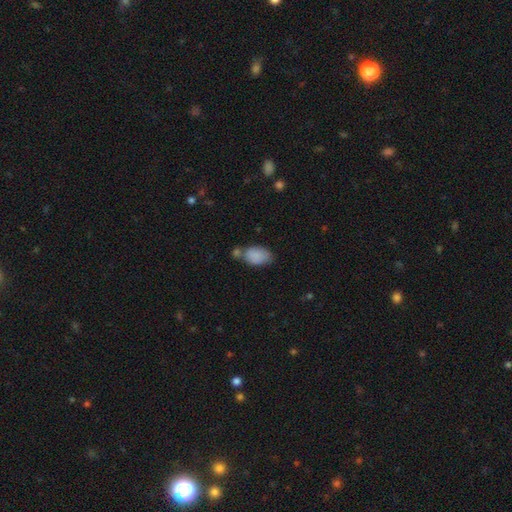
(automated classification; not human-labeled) smooth-or-featured: smooth: 85% | star or artifact: 8% | featured or disk: 7%
  how-rounded: in between: 90% | round: 8% | cigar-shaped: 2%
  merging: none: 44% | merger: 28% | minor disturbance: 21% | major disturbance: 7%